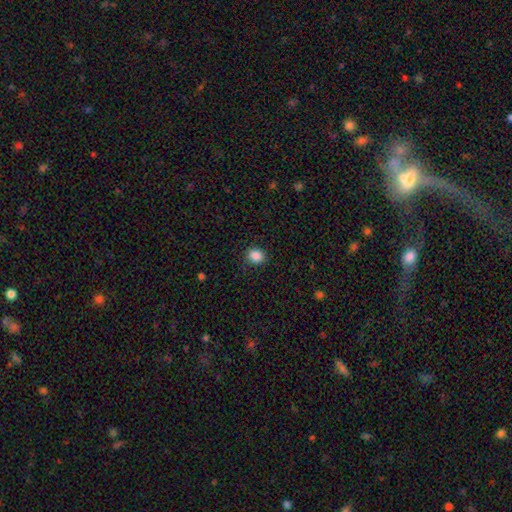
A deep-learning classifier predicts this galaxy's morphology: Overall: smooth (86%). How rounded: round (75%). Merging: none (88%).